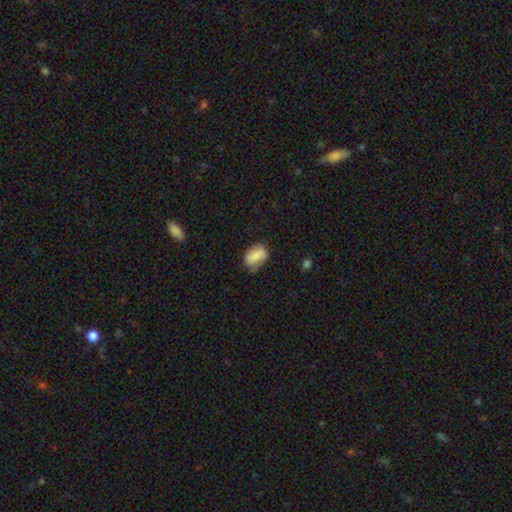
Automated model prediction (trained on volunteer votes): smooth-or-featured: smooth: 73% | featured or disk: 20% | star or artifact: 8%
  how-rounded: in between: 83% | round: 14% | cigar-shaped: 3%
  merging: none: 55% | minor disturbance: 32% | major disturbance: 10% | merger: 2%